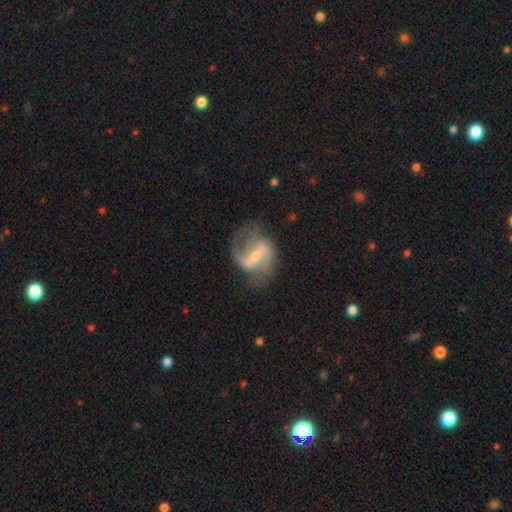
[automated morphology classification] smooth_or_featured: featured or disk (p=0.84) [alt: smooth p=0.10]
disk_edge_on: no (p=0.97) [alt: yes p=0.03]
bar: strong (p=0.52) [alt: weak p=0.37]
has_spiral_arms: yes (p=0.91) [alt: no p=0.09]
spiral_winding: loose (p=0.49) [alt: medium p=0.40]
spiral_arm_count: 2 (p=0.83) [alt: can't tell p=0.06]
bulge_size: small (p=0.55) [alt: moderate p=0.38]
merging: none (p=0.60) [alt: minor disturbance p=0.22]